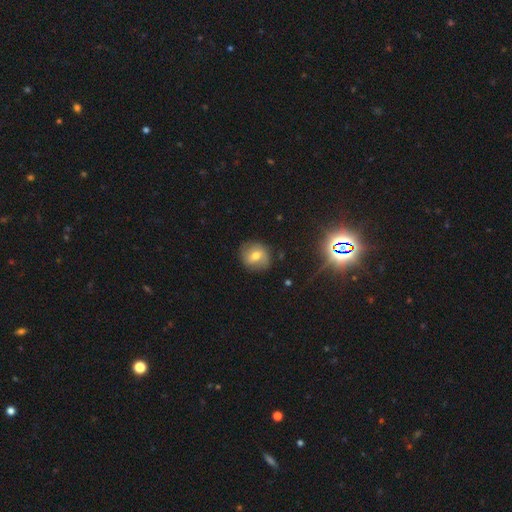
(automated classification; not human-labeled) Overall: smooth (52%; featured or disk 37%). How rounded: round (77%). Merging: none (79%).